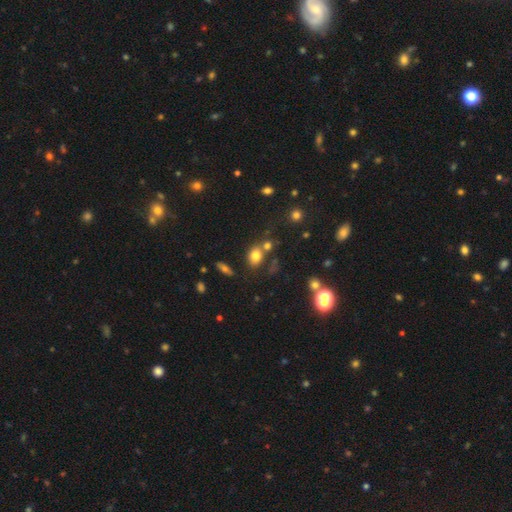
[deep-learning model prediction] This appears to be a smooth galaxy with no disk features (76%) that is in between round and cigar-shaped (60%). Merging: none (61%).